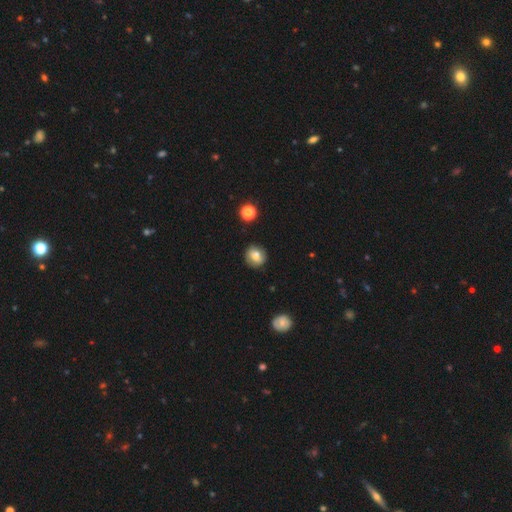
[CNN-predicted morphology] This is likely a smooth galaxy (72%). How rounded: likely round (78%). Merging: clearly none (83%).